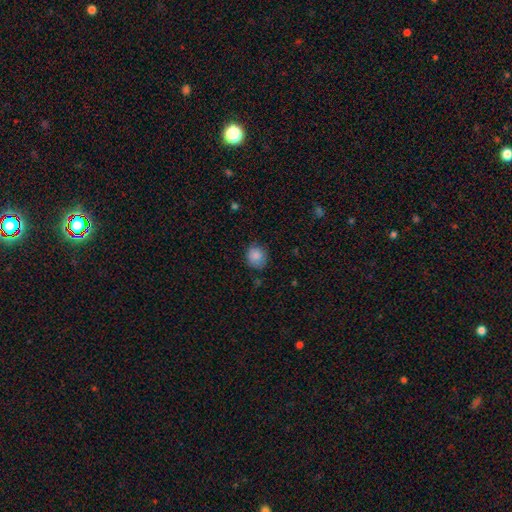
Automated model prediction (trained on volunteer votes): smooth_or_featured: smooth (p=0.86) [alt: star or artifact p=0.08]
how_rounded: round (p=0.73) [alt: in between p=0.26]
merging: none (p=0.75) [alt: minor disturbance p=0.19]